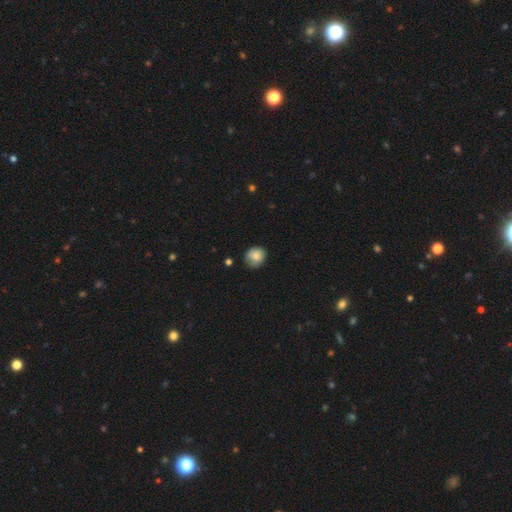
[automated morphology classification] Smooth or featured? smooth (83%)
How rounded? round (73%)
Merging? none (68%)